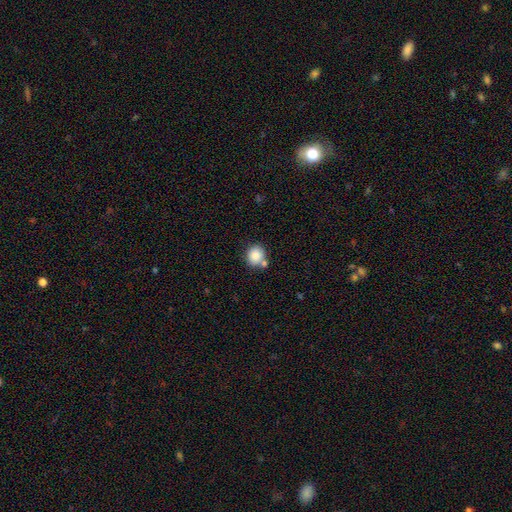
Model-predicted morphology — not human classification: smooth 85%, star or artifact 9%, featured or disk 6%. Down the decision tree: how rounded — round (77%); merging — none (66%).